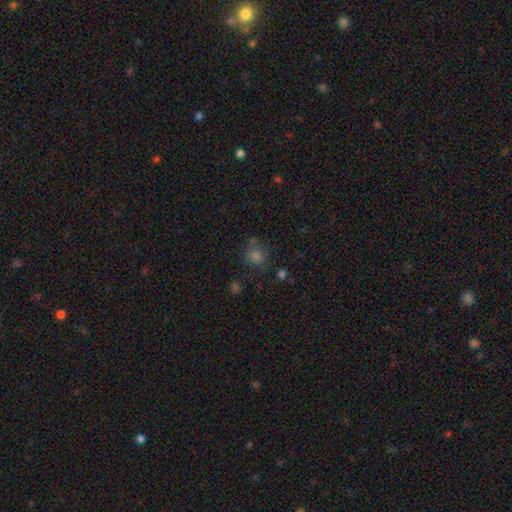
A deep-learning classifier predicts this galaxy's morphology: type=smooth (64%); roundness=round (87%); merging=none (74%).